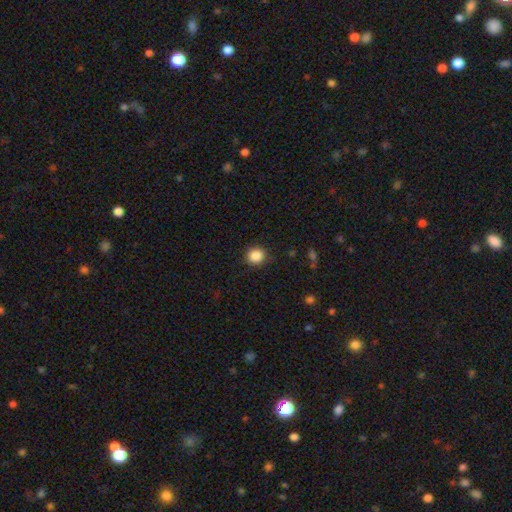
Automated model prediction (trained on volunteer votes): A smooth galaxy with no disk features (86%) that is round (89%).

Vote fractions:
- Smooth or featured? smooth: 86% / star or artifact: 10% / featured or disk: 4%
- How rounded? round: 89% / in between: 10% / cigar-shaped: 1%
- Merging? none: 89% / minor disturbance: 7% / major disturbance: 2% / merger: 1%